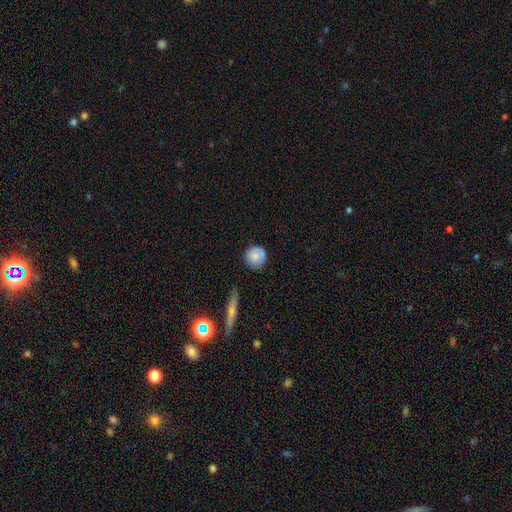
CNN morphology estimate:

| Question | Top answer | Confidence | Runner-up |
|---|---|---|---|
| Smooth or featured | smooth | 81% | featured or disk (11%) |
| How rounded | round | 92% | in between (6%) |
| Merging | none | 79% | minor disturbance (16%) |